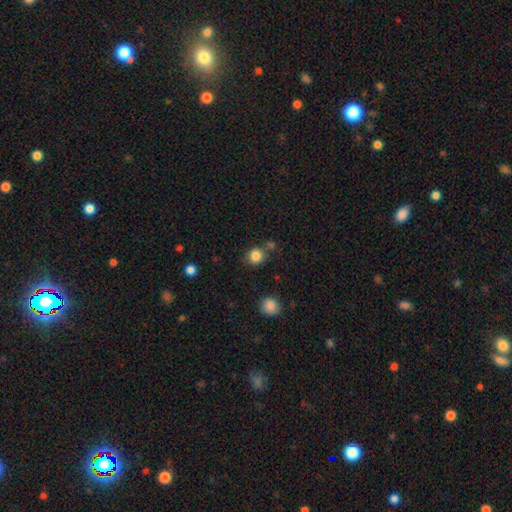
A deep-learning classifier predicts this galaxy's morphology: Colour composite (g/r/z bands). It shows a smooth galaxy with no disk features (85%) that is round (76%). Merging: none (73%).